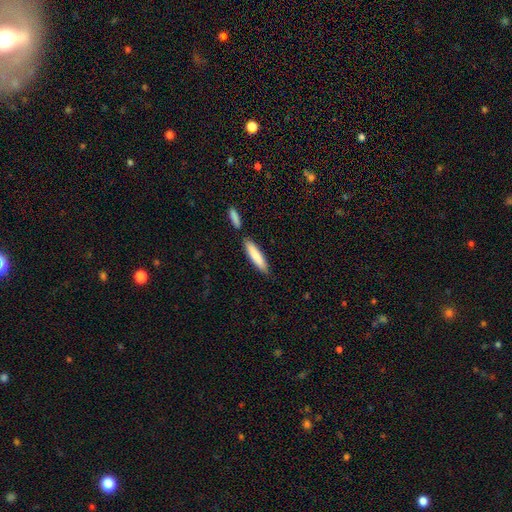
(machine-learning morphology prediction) smooth_or_featured: smooth (p=0.81) [alt: featured or disk p=0.14]
how_rounded: cigar-shaped (p=0.81) [alt: in between p=0.18]
merging: none (p=0.78) [alt: minor disturbance p=0.10]